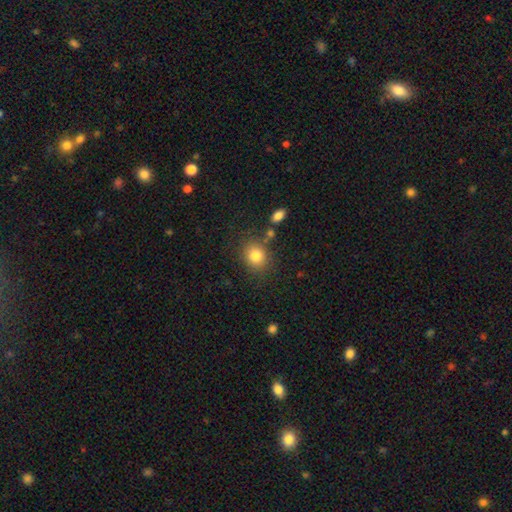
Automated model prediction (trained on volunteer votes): Smooth or featured? Predicted: smooth (p=0.83). How rounded? Predicted: round (p=0.70). Merging? Predicted: none (p=0.77).